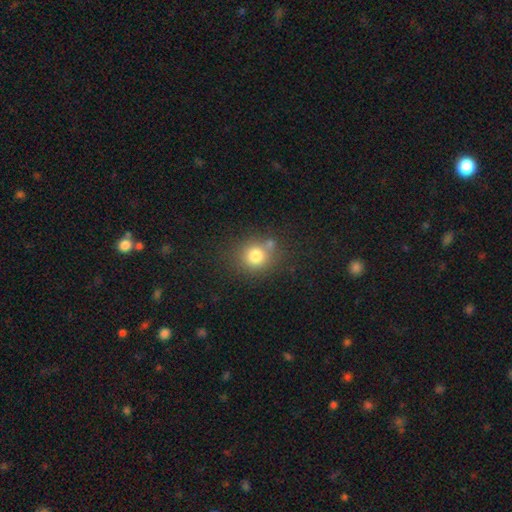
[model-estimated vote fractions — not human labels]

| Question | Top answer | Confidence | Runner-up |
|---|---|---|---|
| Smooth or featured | smooth | 79% | star or artifact (12%) |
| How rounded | round | 83% | in between (16%) |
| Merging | none | 67% | merger (15%) |